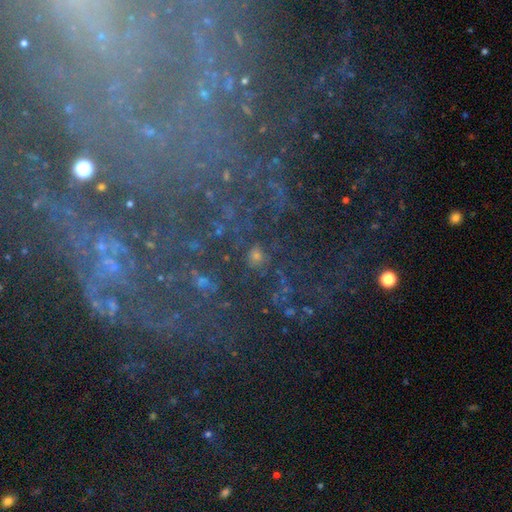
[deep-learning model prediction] This is possibly a star or artifact rather than a galaxy (57%).